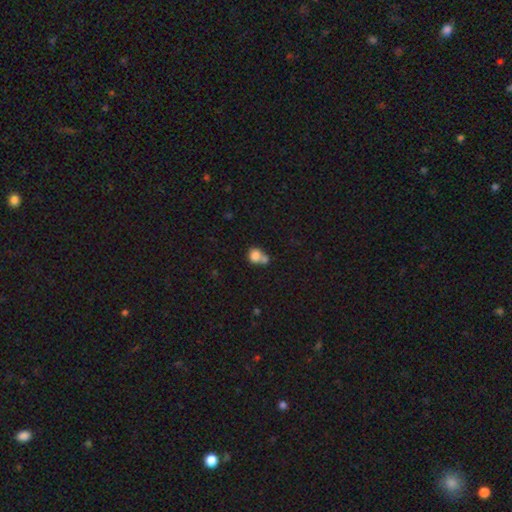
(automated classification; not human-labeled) Smooth or featured: smooth — 81% (star or artifact — 10%)
How rounded: round — 77% (in between — 22%)
Merging: merger — 52% (none — 35%)